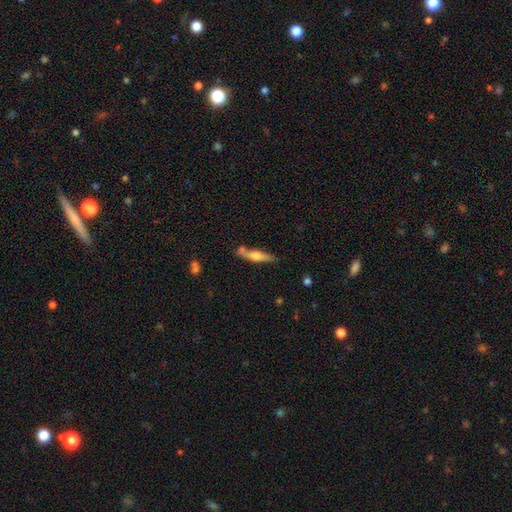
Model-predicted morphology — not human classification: Q: Smooth or featured?
A: smooth (47%); tied with: featured or disk (47%)
Q: Merging?
A: none (67%); runner-up: minor disturbance (17%)